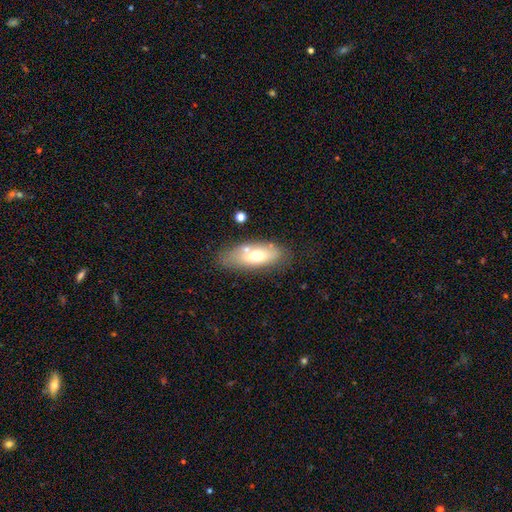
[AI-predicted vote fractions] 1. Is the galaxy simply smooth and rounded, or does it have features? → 62% smooth, 30% featured or disk, 8% star or artifact.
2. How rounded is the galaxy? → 78% in between, 19% cigar-shaped, 3% round.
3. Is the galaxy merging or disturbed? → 69% none, 16% minor disturbance, 10% merger, 5% major disturbance.